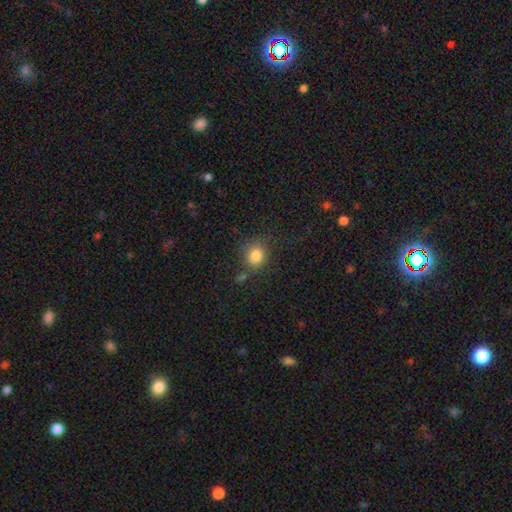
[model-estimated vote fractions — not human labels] smooth 83%, star or artifact 11%, featured or disk 6%. Down the decision tree: how rounded — round (75%); merging — none (74%).